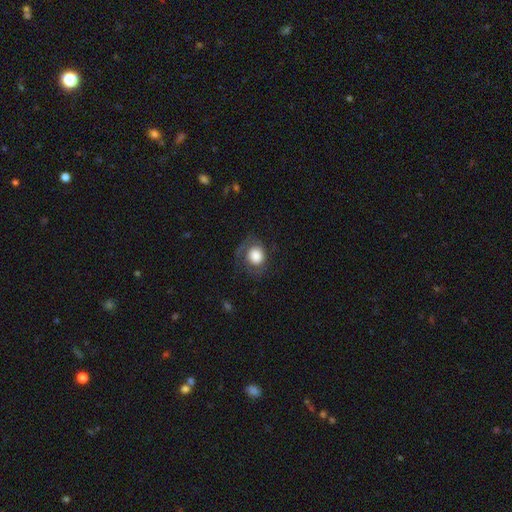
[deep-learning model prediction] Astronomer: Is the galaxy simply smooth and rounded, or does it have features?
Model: smooth — 71%.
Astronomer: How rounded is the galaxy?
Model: round — 75%.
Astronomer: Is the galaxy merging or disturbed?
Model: none — 56%.